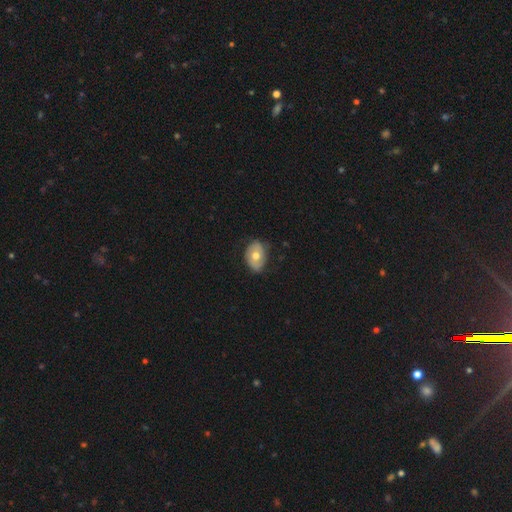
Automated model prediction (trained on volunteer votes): Smooth or featured: smooth — 55% (featured or disk — 39%)
How rounded: in between — 76% (round — 23%)
Merging: none — 72% (minor disturbance — 23%)